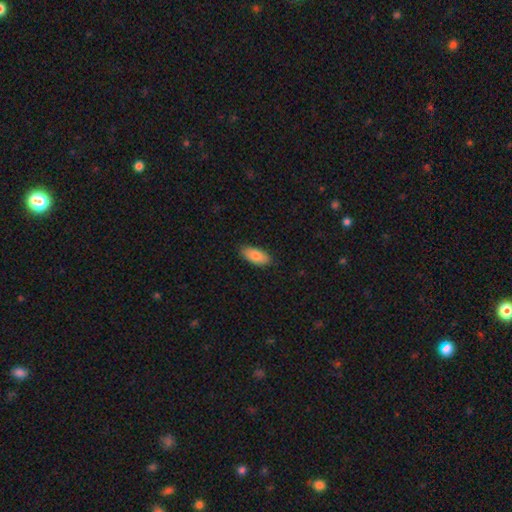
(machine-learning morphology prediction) Q: Smooth or featured?
A: smooth (84%); runner-up: featured or disk (10%)
Q: How rounded?
A: in between (89%); runner-up: cigar-shaped (9%)
Q: Merging?
A: none (86%); runner-up: minor disturbance (11%)